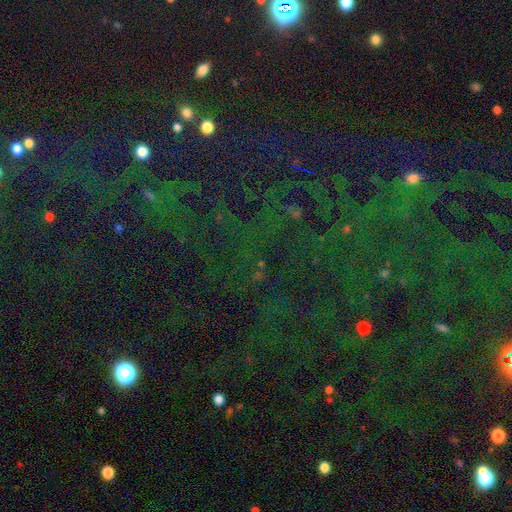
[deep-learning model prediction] Smooth or featured? star or artifact (78%)